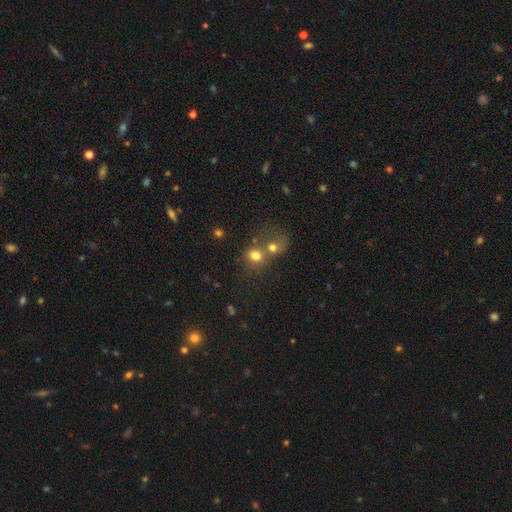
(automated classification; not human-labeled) Q: Smooth or featured?
A: smooth (72%); runner-up: star or artifact (14%)
Q: How rounded?
A: round (68%); runner-up: in between (31%)
Q: Merging?
A: merger (57%); runner-up: none (29%)